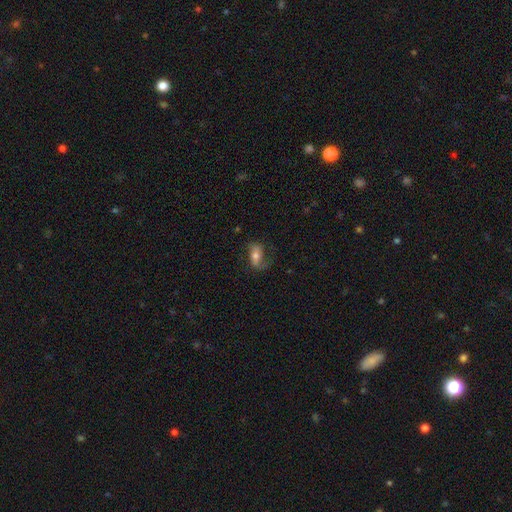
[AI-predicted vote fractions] Smooth or featured? Predicted: featured or disk (p=0.49). Merging? Predicted: none (p=0.59).